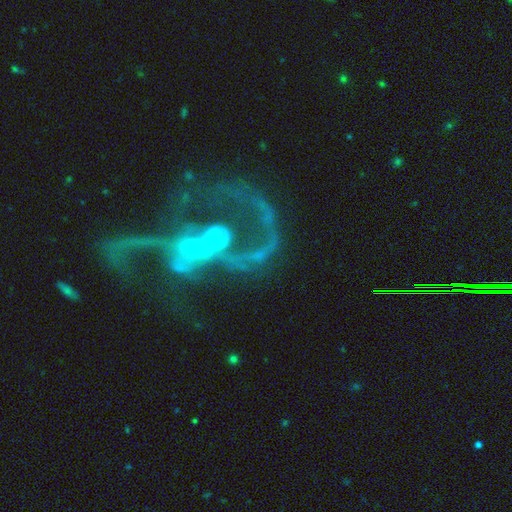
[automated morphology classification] A featured or disk galaxy (84%) with no bar (64%), 2 (56%) loose (53%) spiral arms (83%) and a small central bulge (46%).

Vote fractions:
- Smooth or featured? featured or disk: 84% / star or artifact: 9% / smooth: 7%
- Edge-on disk? no: 97% / yes: 3%
- Bar? no: 64% / weak: 26% / strong: 10%
- Spiral arms? yes: 83% / no: 17%
- Spiral winding? loose: 53% / medium: 35% / tight: 12%
- Spiral arm count? 2: 56% / 1: 22% / can't tell: 11% / 3: 5% / 4: 3% / more than 4: 3%
- Bulge size? small: 46% / moderate: 36% / none: 11% / large: 4% / dominant: 2%
- Merging? merger: 56% / major disturbance: 22% / none: 15% / minor disturbance: 8%